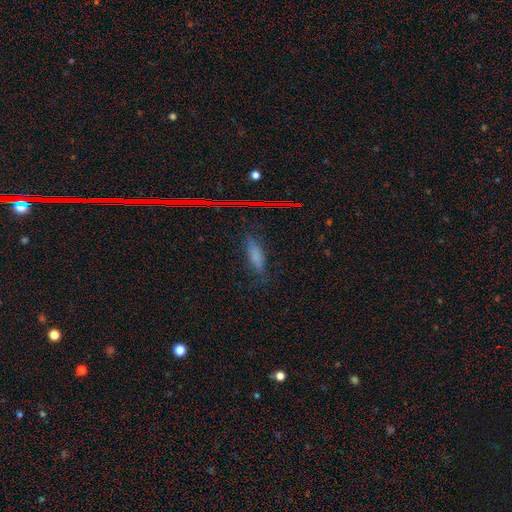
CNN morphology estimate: smooth_or_featured: smooth (p=0.64) [alt: star or artifact p=0.19]
how_rounded: cigar-shaped (p=0.53) [alt: in between p=0.44]
merging: none (p=0.73) [alt: minor disturbance p=0.19]